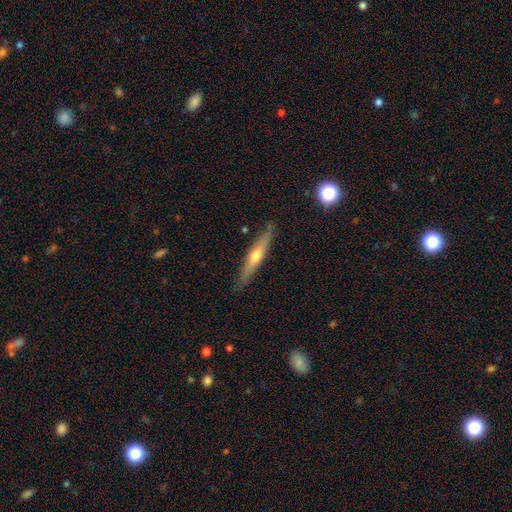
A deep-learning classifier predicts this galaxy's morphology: This appears to be a featured or disk galaxy (58%) viewed edge-on (94%) with a rounded central bulge (86%). Merging: none (87%).